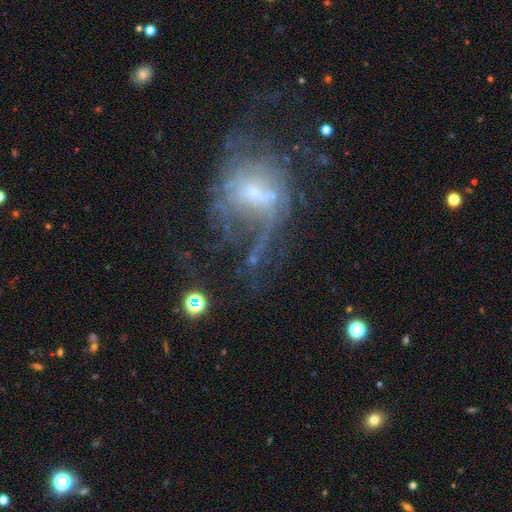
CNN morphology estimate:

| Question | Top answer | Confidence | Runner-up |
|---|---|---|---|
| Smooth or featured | featured or disk | 66% | smooth (18%) |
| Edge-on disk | no | 95% | yes (5%) |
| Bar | no | 53% | weak (35%) |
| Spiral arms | yes | 59% | no (41%) |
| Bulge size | small | 60% | moderate (23%) |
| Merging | major disturbance | 41% | none (35%) |